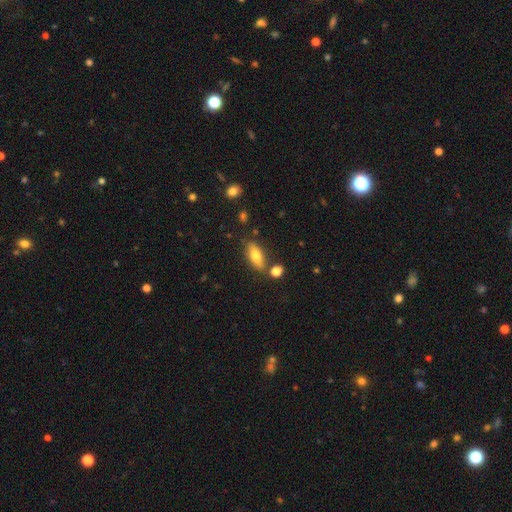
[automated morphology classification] Smooth or featured? Predicted: smooth (p=0.70). How rounded? Predicted: in between (p=0.73). Merging? Predicted: none (p=0.74).